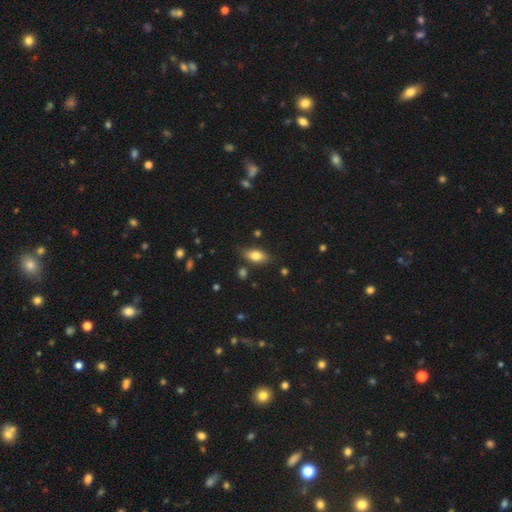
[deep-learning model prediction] smooth_or_featured: smooth (p=0.79) [alt: featured or disk p=0.13]
how_rounded: in between (p=0.87) [alt: cigar-shaped p=0.09]
merging: none (p=0.79) [alt: minor disturbance p=0.15]